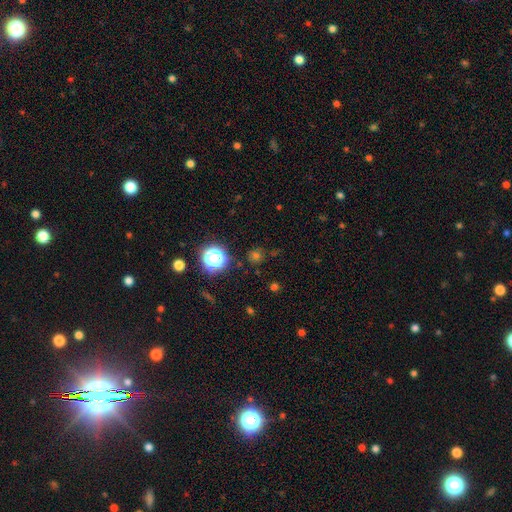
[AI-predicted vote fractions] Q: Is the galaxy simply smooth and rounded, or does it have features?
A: smooth — 53%.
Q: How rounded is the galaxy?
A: round — 91%.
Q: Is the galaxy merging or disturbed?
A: none — 84%.